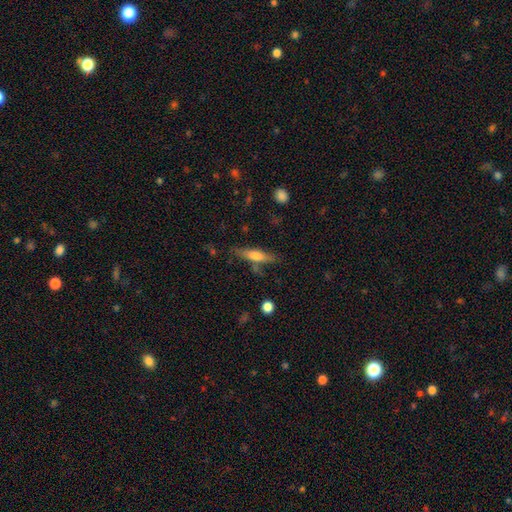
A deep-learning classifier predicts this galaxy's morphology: A smooth galaxy with no disk features (51%) that is cigar-shaped (76%). Merging: none (73%).